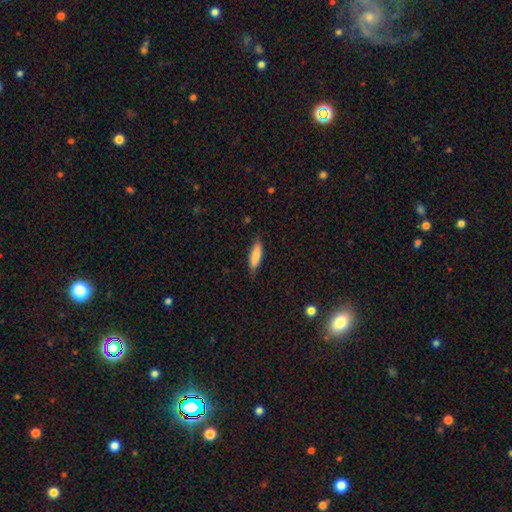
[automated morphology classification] Smooth or featured? smooth (84%)
How rounded? cigar-shaped (59%)
Merging? none (83%)